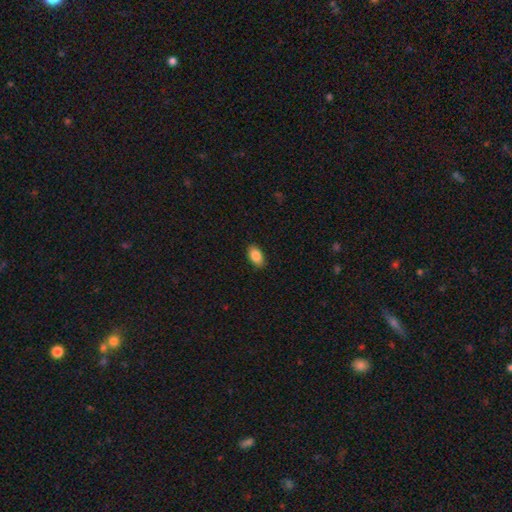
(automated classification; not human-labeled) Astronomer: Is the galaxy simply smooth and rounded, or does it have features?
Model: smooth — 87%.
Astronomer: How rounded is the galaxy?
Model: in between — 93%.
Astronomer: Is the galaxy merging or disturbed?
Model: none — 88%.